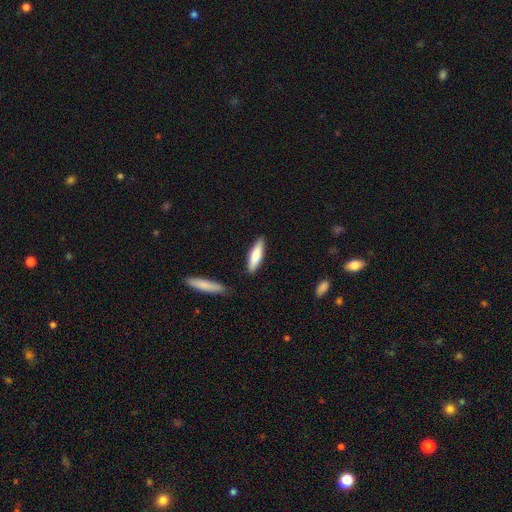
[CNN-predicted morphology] Smooth or featured? Predicted: smooth (p=0.76). How rounded? Predicted: cigar-shaped (p=0.71). Merging? Predicted: none (p=0.86).